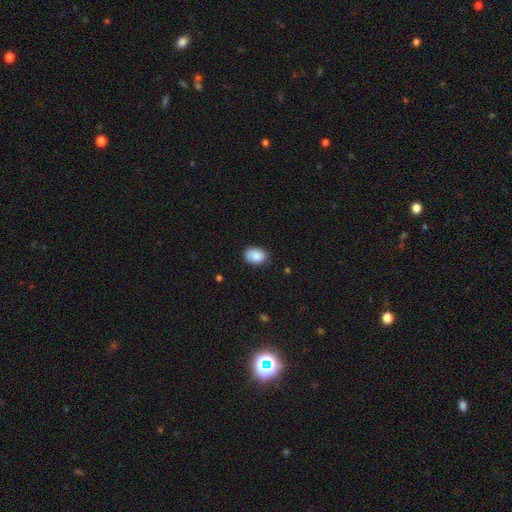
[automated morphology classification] This appears to be a smooth galaxy with no disk features (89%) that is in between round and cigar-shaped (80%). Merging: none (82%).